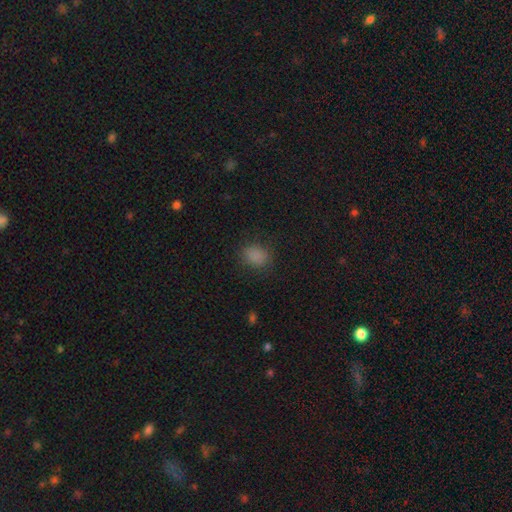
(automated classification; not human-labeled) The model was most divided on "how rounded": in between: 50%, round: 49%, cigar-shaped: 1%. More confident: smooth or featured — smooth (83%); merging — none (80%).